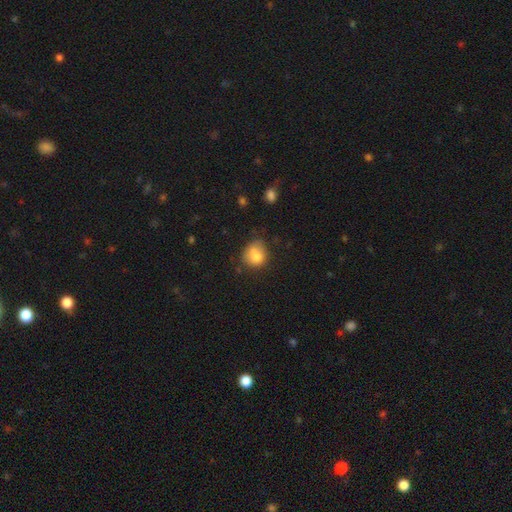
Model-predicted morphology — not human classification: smooth-or-featured: smooth: 74% | featured or disk: 16% | star or artifact: 10%
  how-rounded: round: 66% | in between: 33% | cigar-shaped: 1%
  merging: none: 42% | minor disturbance: 24% | merger: 23% | major disturbance: 10%